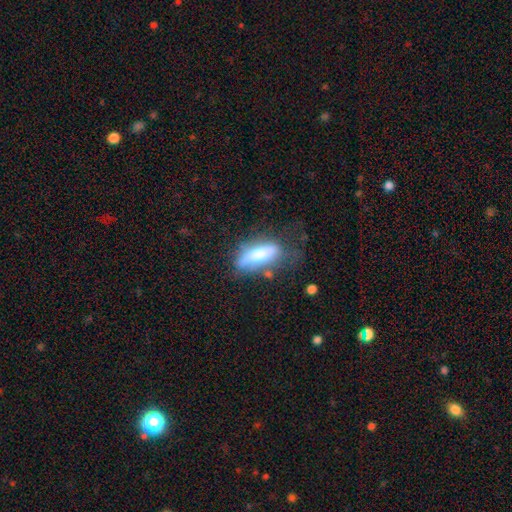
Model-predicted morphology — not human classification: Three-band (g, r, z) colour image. It shows a smooth galaxy with no disk features (62%) that is in between round and cigar-shaped (53%). Merging: none (51%).